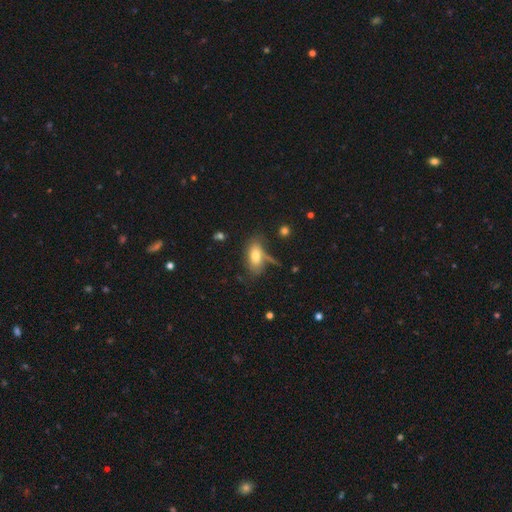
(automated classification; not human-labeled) smooth_or_featured: smooth (p=0.73) [alt: featured or disk p=0.18]
how_rounded: in between (p=0.88) [alt: cigar-shaped p=0.07]
merging: none (p=0.58) [alt: minor disturbance p=0.21]